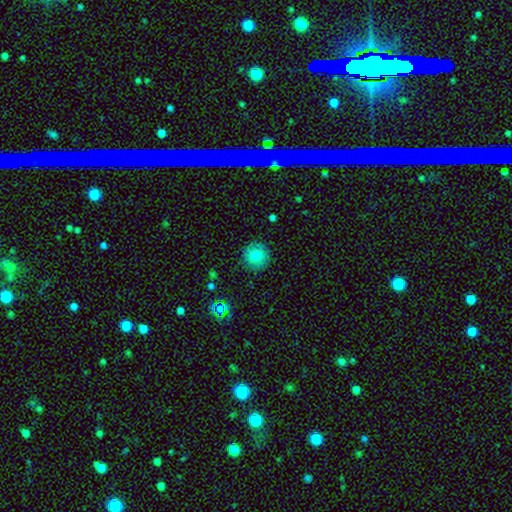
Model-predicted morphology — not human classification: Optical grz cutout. It shows a smooth galaxy with no disk features (78%) that is round (94%). Merging: none (89%).